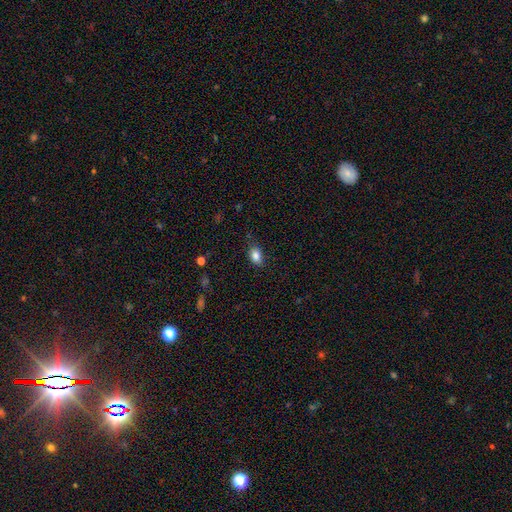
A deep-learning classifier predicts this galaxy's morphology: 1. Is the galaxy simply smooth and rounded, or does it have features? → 85% smooth, 9% star or artifact, 6% featured or disk.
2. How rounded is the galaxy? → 81% in between, 18% round, 2% cigar-shaped.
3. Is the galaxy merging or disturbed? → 80% none, 16% minor disturbance, 3% major disturbance, 1% merger.